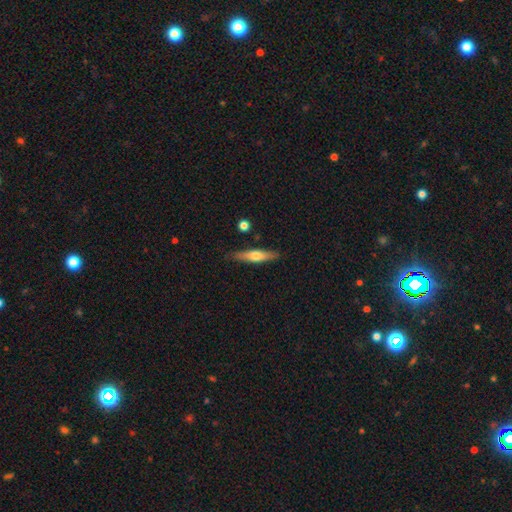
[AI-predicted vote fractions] Overall: featured or disk (48%; smooth 46%). Merging: none (85%).